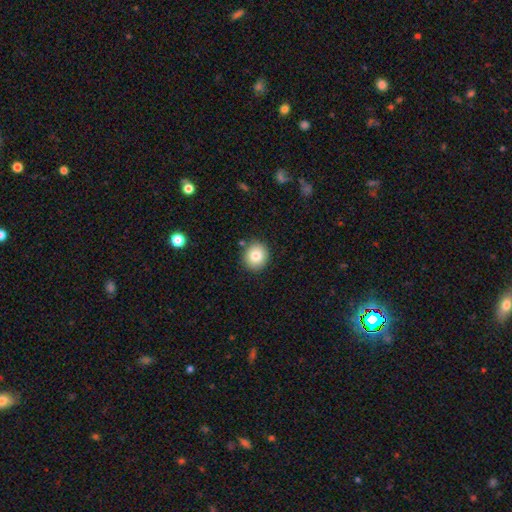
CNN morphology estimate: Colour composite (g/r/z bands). It shows a smooth galaxy with no disk features (82%) that is round (83%). Merging: none (87%).